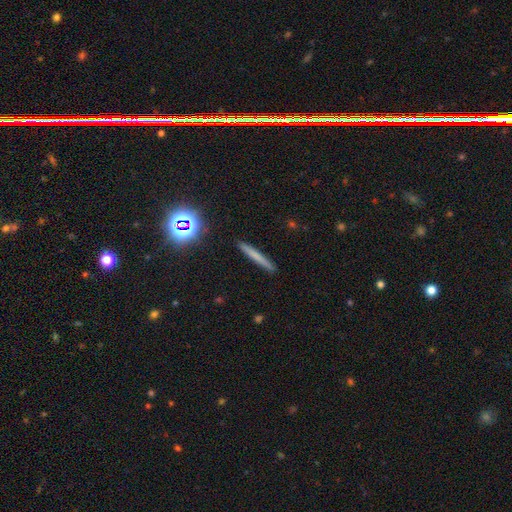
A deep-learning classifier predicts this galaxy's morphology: smooth 64%, featured or disk 24%, star or artifact 11%. Down the decision tree: how rounded — cigar-shaped (95%); merging — none (90%).